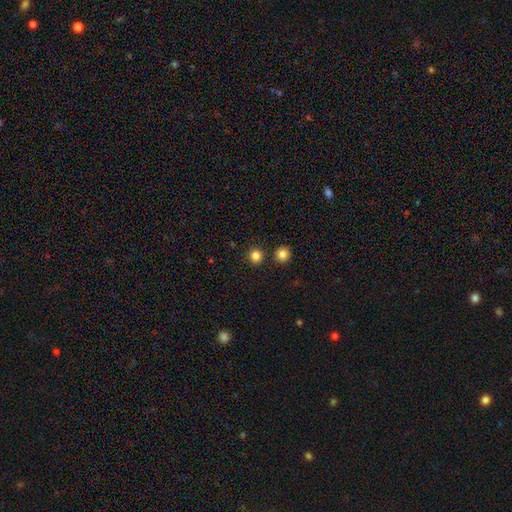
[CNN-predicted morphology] This is clearly a smooth galaxy (83%). How rounded: clearly round (90%). Merging: clearly none (86%).